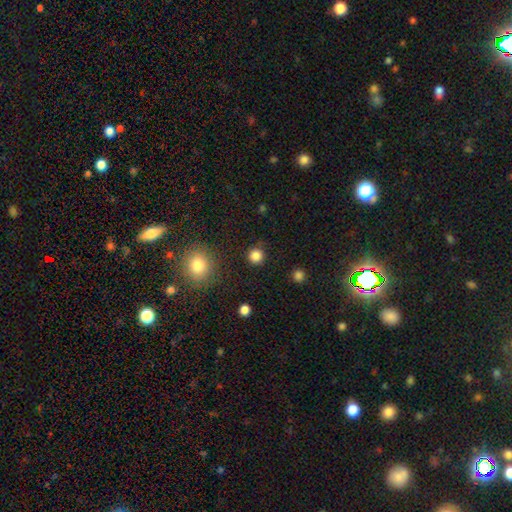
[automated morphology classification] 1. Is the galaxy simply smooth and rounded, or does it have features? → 84% smooth, 13% star or artifact, 3% featured or disk.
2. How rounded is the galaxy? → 94% round, 5% in between, 1% cigar-shaped.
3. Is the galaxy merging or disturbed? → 89% none, 7% minor disturbance, 3% major disturbance, 2% merger.